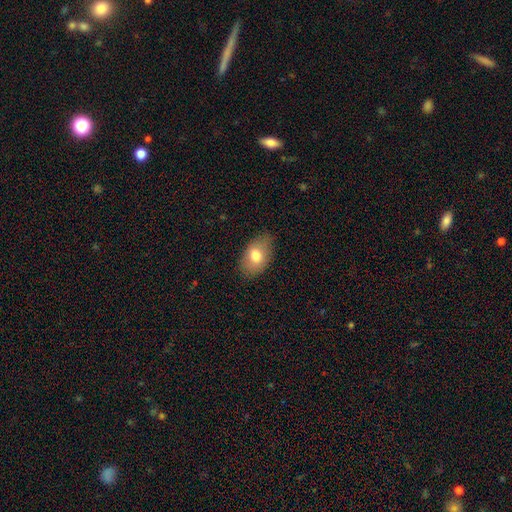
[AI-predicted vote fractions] Q: Smooth or featured?
A: smooth (75%); runner-up: featured or disk (17%)
Q: How rounded?
A: in between (89%); runner-up: round (10%)
Q: Merging?
A: none (78%); runner-up: minor disturbance (17%)